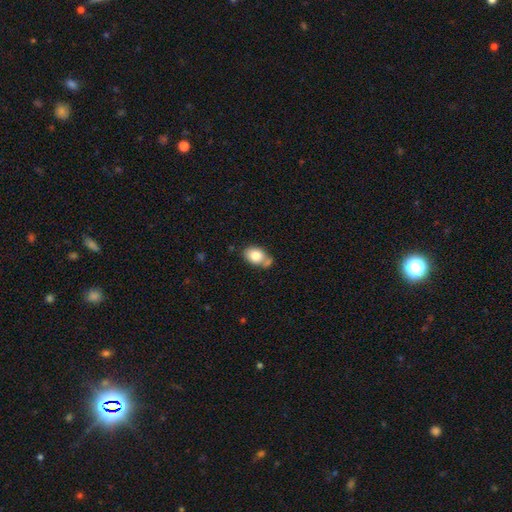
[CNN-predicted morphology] The model was most divided on "merging": none: 52%, merger: 24%, minor disturbance: 19%, major disturbance: 5%. More confident: smooth or featured — smooth (81%); how rounded — in between (75%).